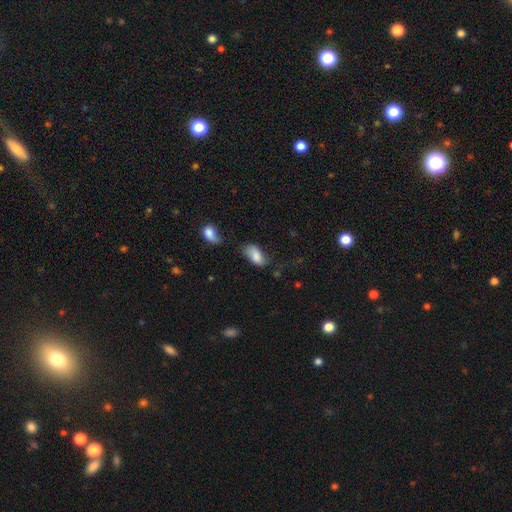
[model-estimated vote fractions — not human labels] A smooth galaxy with no disk features (81%) that is in between round and cigar-shaped (93%).

Vote fractions:
- Smooth or featured? smooth: 81% / featured or disk: 11% / star or artifact: 8%
- How rounded? in between: 93% / round: 4% / cigar-shaped: 3%
- Merging? none: 41% / minor disturbance: 27% / merger: 16% / major disturbance: 16%